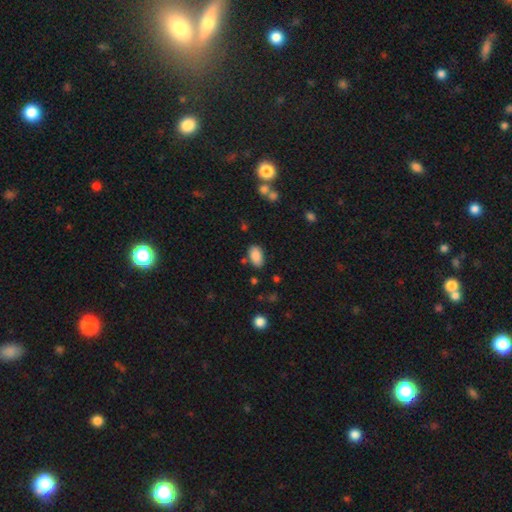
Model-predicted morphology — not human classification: Smooth or featured?
  - smooth: 87% *
  - star or artifact: 8%
  - featured or disk: 5%
How rounded?
  - in between: 93% *
  - round: 5%
  - cigar-shaped: 2%
Merging?
  - none: 78% *
  - minor disturbance: 13%
  - merger: 5%
  - major disturbance: 3%